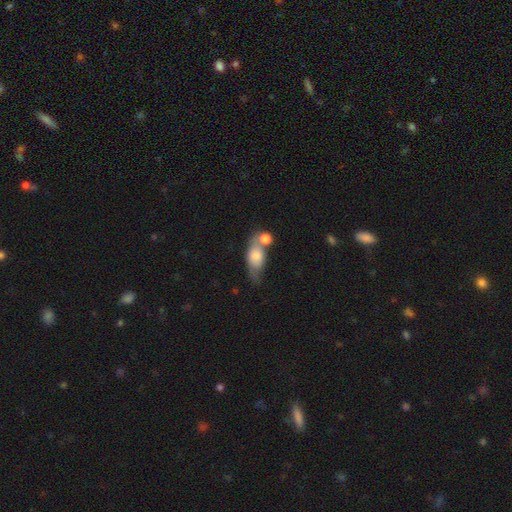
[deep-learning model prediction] The model was most divided on "merging": merger: 44%, none: 28%, minor disturbance: 17%, major disturbance: 11%. More confident: how rounded — in between (76%); smooth or featured — smooth (69%).